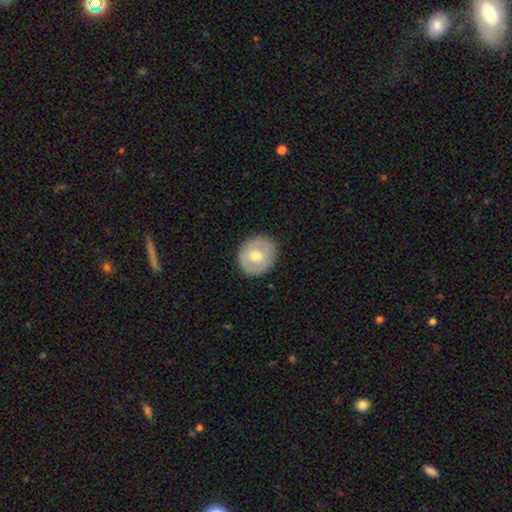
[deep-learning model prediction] Smooth or featured? smooth (58%)
How rounded? round (84%)
Merging? none (88%)